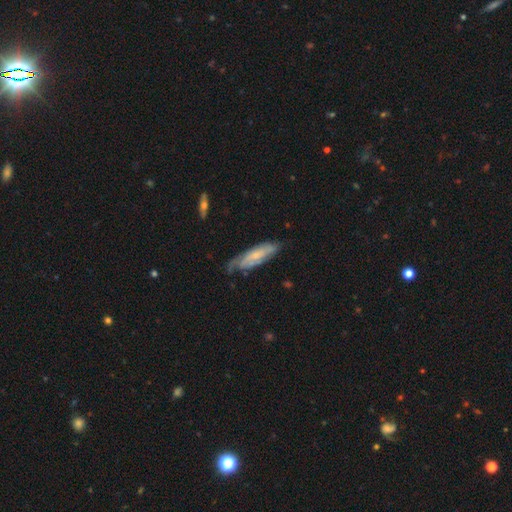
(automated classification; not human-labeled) This is possibly a featured or disk galaxy (58%). It is likely not viewed edge-on (72%). Merging: possibly none (57%).